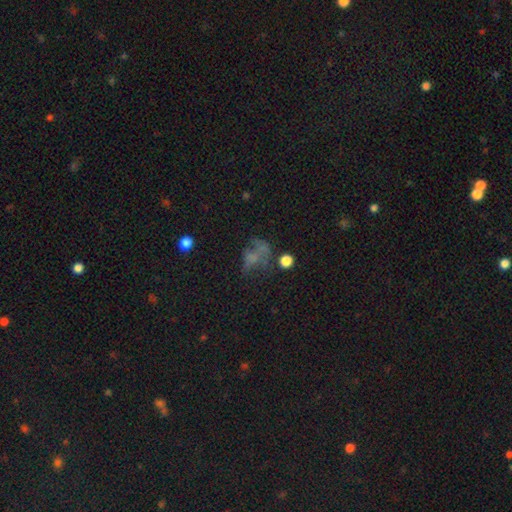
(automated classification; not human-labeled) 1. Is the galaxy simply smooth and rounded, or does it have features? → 37% smooth, 36% featured or disk, 27% star or artifact.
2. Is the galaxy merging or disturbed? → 39% major disturbance, 30% none, 18% minor disturbance, 13% merger.